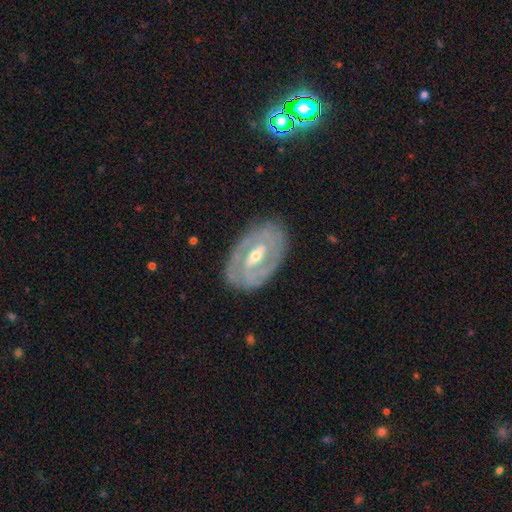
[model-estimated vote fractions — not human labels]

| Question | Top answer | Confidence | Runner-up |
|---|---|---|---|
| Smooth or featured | featured or disk | 82% | smooth (14%) |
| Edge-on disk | no | 93% | yes (7%) |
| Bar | strong | 41% | weak (38%) |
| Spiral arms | yes | 70% | no (30%) |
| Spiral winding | tight | 63% | medium (27%) |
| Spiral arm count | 2 | 57% | can't tell (28%) |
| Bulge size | moderate | 54% | small (41%) |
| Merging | none | 81% | minor disturbance (13%) |